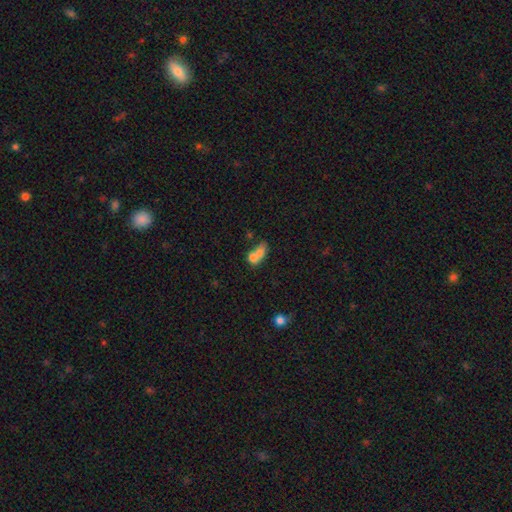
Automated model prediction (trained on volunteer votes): This appears to be a smooth galaxy with no disk features (69%) that is in between round and cigar-shaped (68%). Merging: merger (67%).